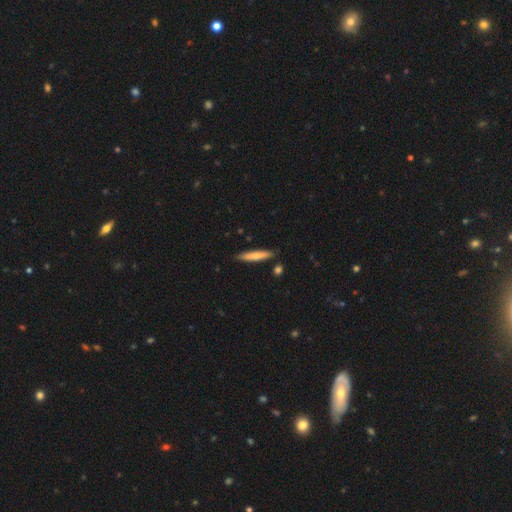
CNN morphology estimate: Smooth or featured? Predicted: smooth (p=0.68). How rounded? Predicted: cigar-shaped (p=0.91). Merging? Predicted: none (p=0.86).